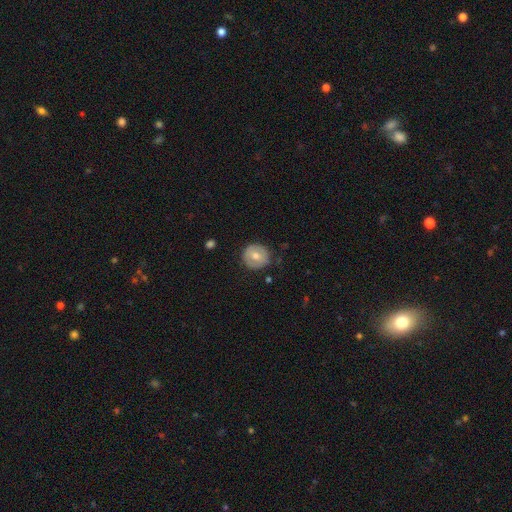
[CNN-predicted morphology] Q: Smooth or featured?
A: smooth (60%); runner-up: featured or disk (34%)
Q: How rounded?
A: round (92%); runner-up: in between (7%)
Q: Merging?
A: none (83%); runner-up: minor disturbance (12%)